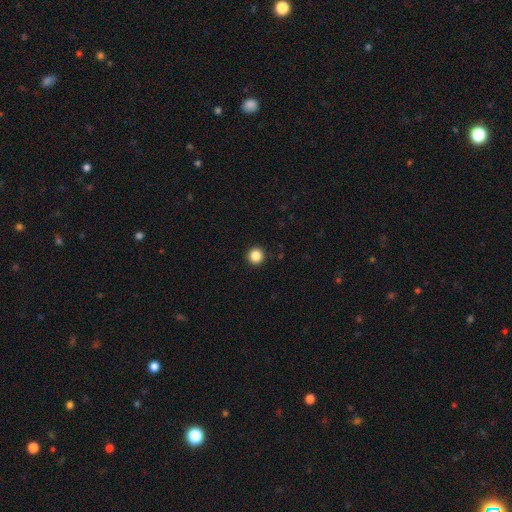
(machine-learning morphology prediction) smooth 86%, star or artifact 11%, featured or disk 3%. Down the decision tree: how rounded — round (96%); merging — none (93%).